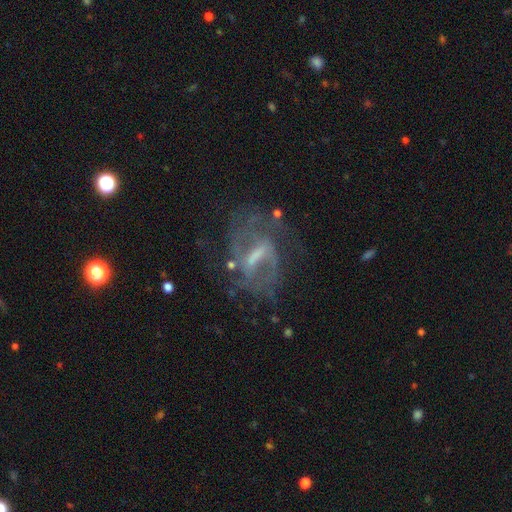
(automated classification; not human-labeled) smooth_or_featured: featured or disk (p=0.81) [alt: smooth p=0.10]
disk_edge_on: no (p=0.95) [alt: yes p=0.05]
bar: strong (p=0.44) [alt: weak p=0.43]
has_spiral_arms: yes (p=0.84) [alt: no p=0.16]
spiral_winding: medium (p=0.48) [alt: tight p=0.27]
spiral_arm_count: 2 (p=0.55) [alt: can't tell p=0.25]
bulge_size: small (p=0.37) [alt: moderate p=0.31]
merging: none (p=0.56) [alt: major disturbance p=0.21]